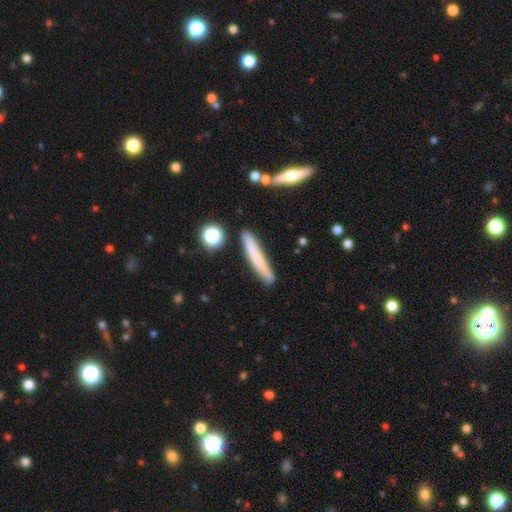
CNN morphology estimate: A smooth galaxy with no disk features (66%) that is cigar-shaped (94%). Merging: none (82%).